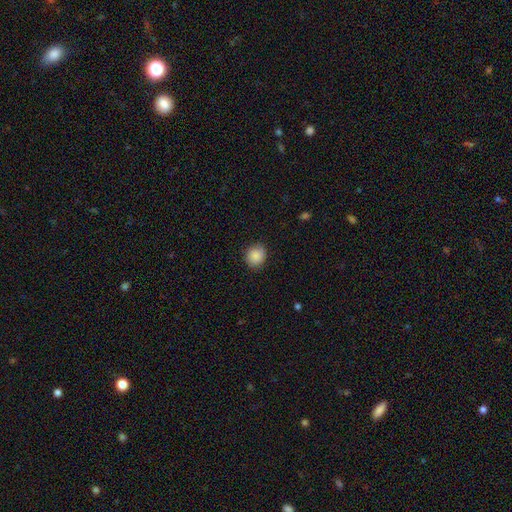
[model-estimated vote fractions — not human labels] Smooth or featured: smooth — 88% (star or artifact — 8%)
How rounded: round — 74% (in between — 25%)
Merging: none — 84% (minor disturbance — 12%)